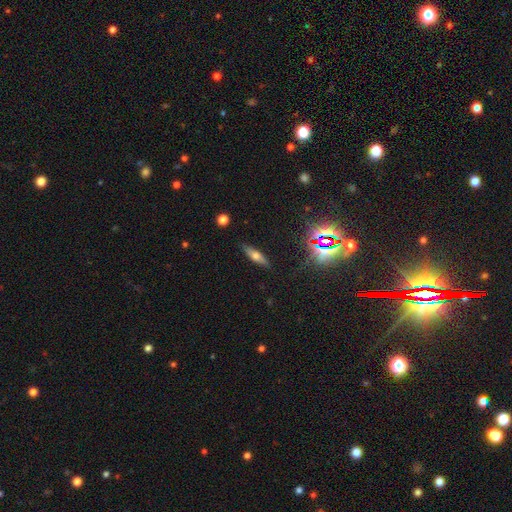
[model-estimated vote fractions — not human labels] Overall: smooth (47%; featured or disk 38%). Merging: none (85%).